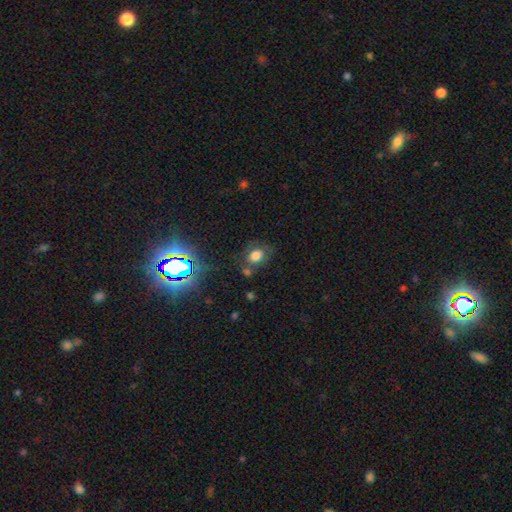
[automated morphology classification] Smooth or featured? Predicted: smooth (p=0.69). How rounded? Predicted: in between (p=0.63). Merging? Predicted: none (p=0.62).